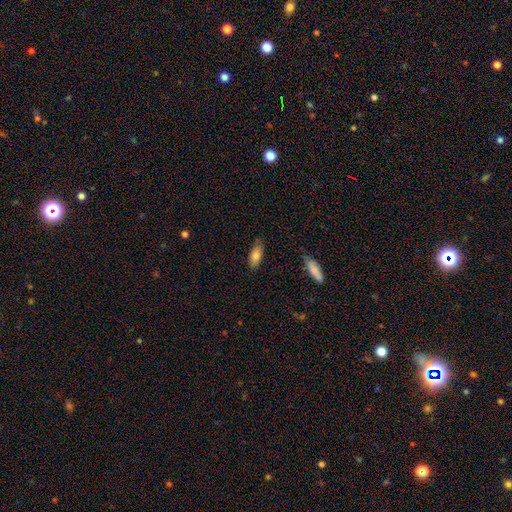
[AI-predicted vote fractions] Q: Smooth or featured?
A: smooth (79%); runner-up: featured or disk (14%)
Q: How rounded?
A: in between (80%); runner-up: cigar-shaped (18%)
Q: Merging?
A: none (78%); runner-up: minor disturbance (17%)